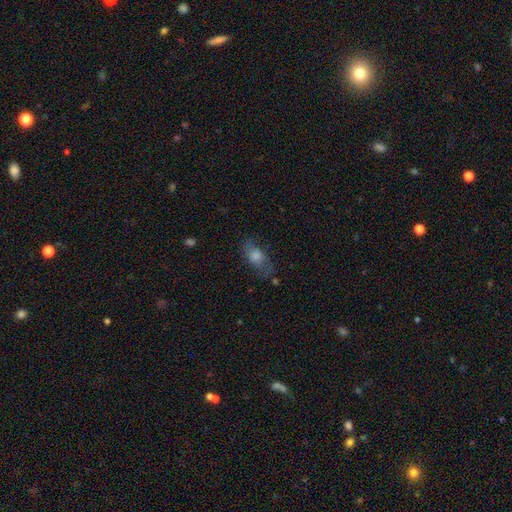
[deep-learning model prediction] This is possibly a smooth galaxy (50%). Merging: likely none (64%).